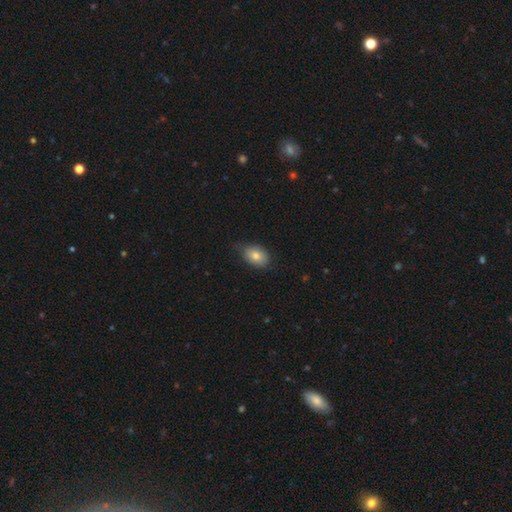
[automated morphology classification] The model was most divided on "merging": none: 61%, minor disturbance: 32%, major disturbance: 5%, merger: 1%. More confident: smooth or featured — smooth (80%); how rounded — in between (77%).